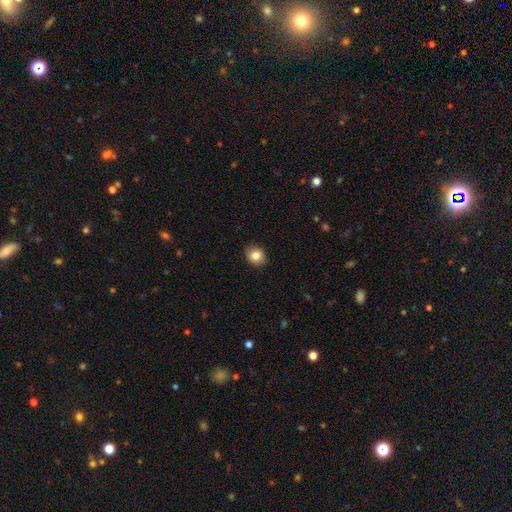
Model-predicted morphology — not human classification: This is clearly a smooth galaxy (84%). How rounded: likely round (64%). Merging: clearly none (90%).